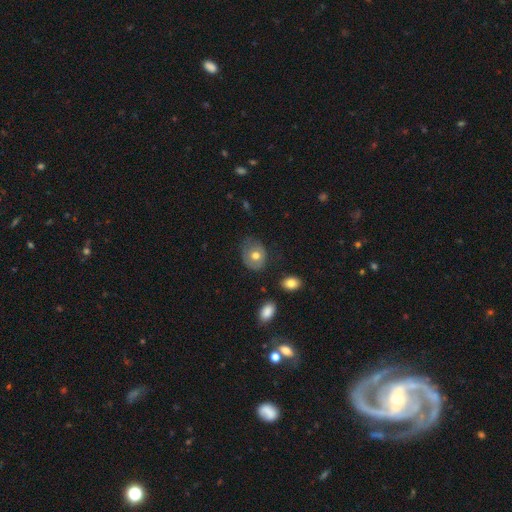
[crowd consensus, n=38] smooth-or-featured: smooth: 66% | featured or disk: 29% | star or artifact: 5%
  how-rounded: round: 60% | in between: 40% | cigar-shaped: 0%
  merging: none: 64% | minor disturbance: 22% | major disturbance: 11% | merger: 3%